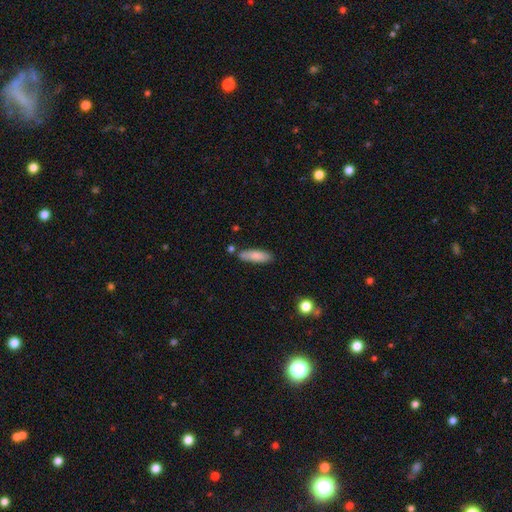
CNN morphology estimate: smooth 83%, featured or disk 11%, star or artifact 6%. Down the decision tree: how rounded — cigar-shaped (54%); merging — none (75%).